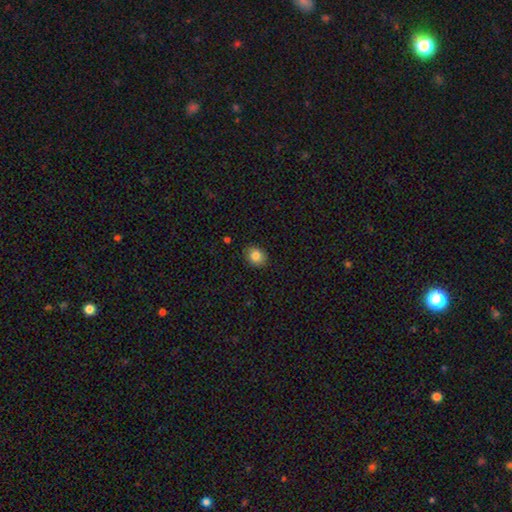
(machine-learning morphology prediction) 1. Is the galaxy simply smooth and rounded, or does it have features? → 84% smooth, 10% star or artifact, 6% featured or disk.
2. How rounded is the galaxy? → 59% round, 40% in between, 1% cigar-shaped.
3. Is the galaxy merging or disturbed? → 88% none, 9% minor disturbance, 2% major disturbance, 1% merger.